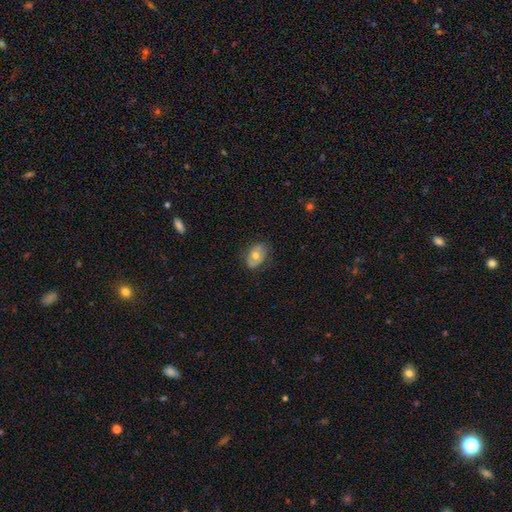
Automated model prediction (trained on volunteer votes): A smooth galaxy with no disk features (56%) that is in between round and cigar-shaped (78%). Merging: none (75%).